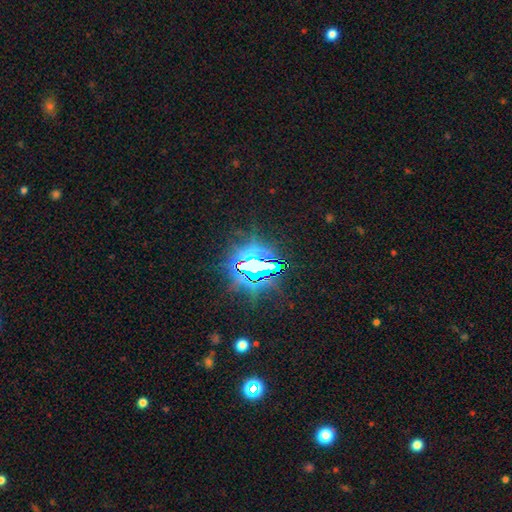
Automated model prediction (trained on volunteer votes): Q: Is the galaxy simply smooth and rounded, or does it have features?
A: star or artifact — 83%.